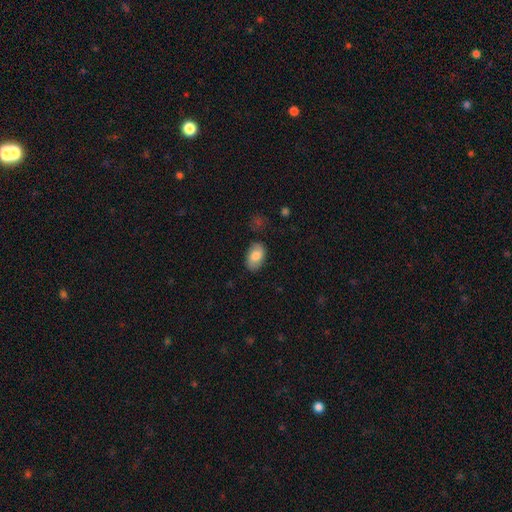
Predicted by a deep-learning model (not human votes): Smooth or featured: smooth — 78% (featured or disk — 15%)
How rounded: in between — 91% (round — 7%)
Merging: none — 80% (minor disturbance — 15%)